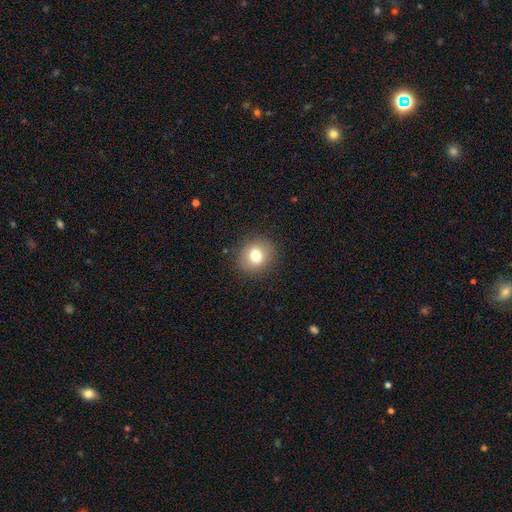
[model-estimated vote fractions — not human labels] Morphology: type=smooth (76%); roundness=round (80%); merging=none (89%).